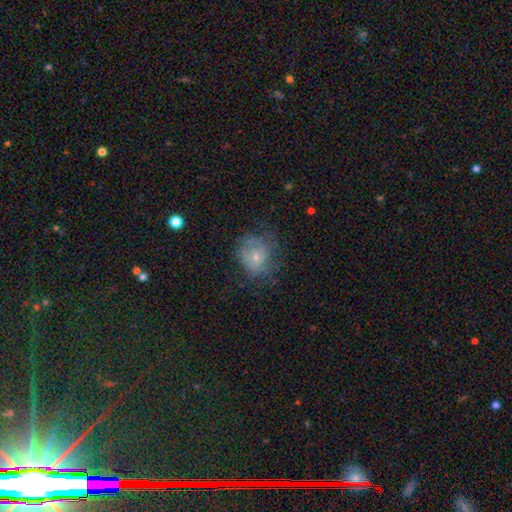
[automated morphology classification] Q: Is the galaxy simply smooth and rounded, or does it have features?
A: smooth — 46%.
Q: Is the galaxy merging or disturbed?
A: none — 58%.